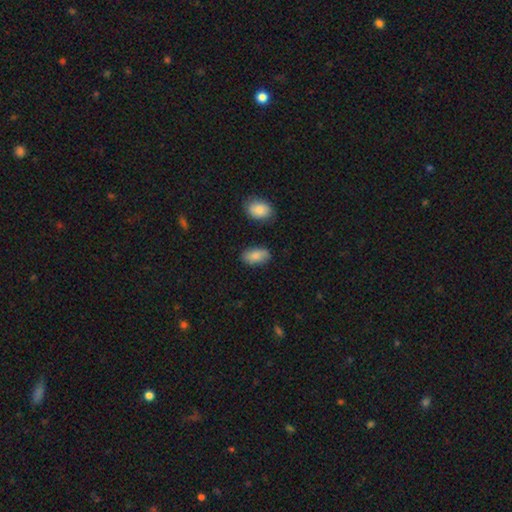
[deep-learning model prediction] The model was most divided on "merging": none: 78%, minor disturbance: 15%, major disturbance: 3%, merger: 3%. More confident: how rounded — in between (93%); smooth or featured — smooth (85%).